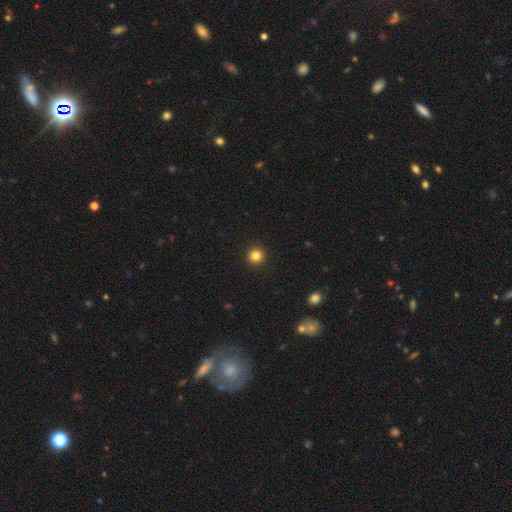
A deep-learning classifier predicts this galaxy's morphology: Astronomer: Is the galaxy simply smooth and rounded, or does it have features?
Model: smooth — 83%.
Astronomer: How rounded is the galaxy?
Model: round — 95%.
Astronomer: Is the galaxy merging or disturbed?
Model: none — 94%.